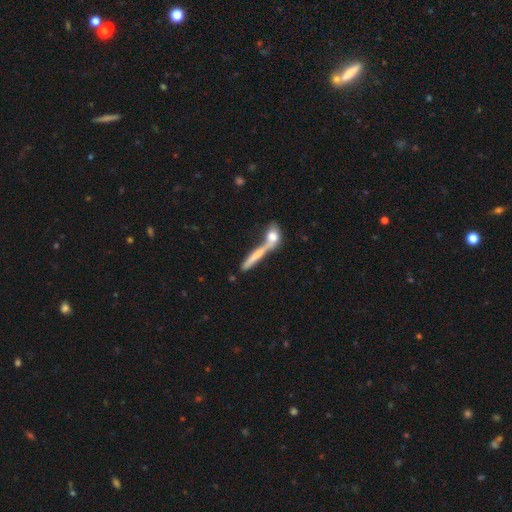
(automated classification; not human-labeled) smooth-or-featured: smooth: 62% | featured or disk: 30% | star or artifact: 8%
  how-rounded: cigar-shaped: 79% | in between: 14% | round: 7%
  merging: merger: 45% | none: 36% | minor disturbance: 10% | major disturbance: 8%